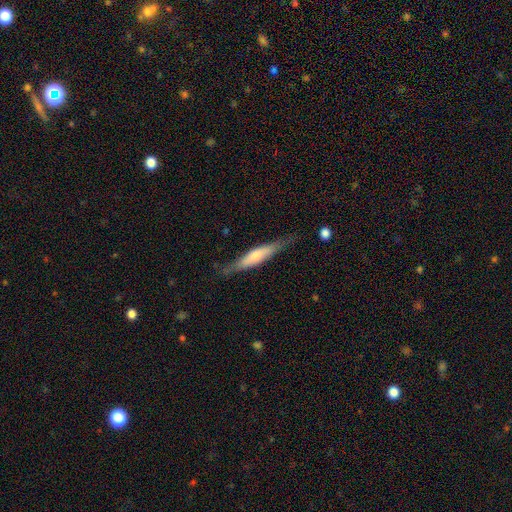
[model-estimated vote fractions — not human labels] The model was most divided on "smooth or featured": smooth: 51%, featured or disk: 43%, star or artifact: 6%. More confident: how rounded — cigar-shaped (86%); merging — none (78%).